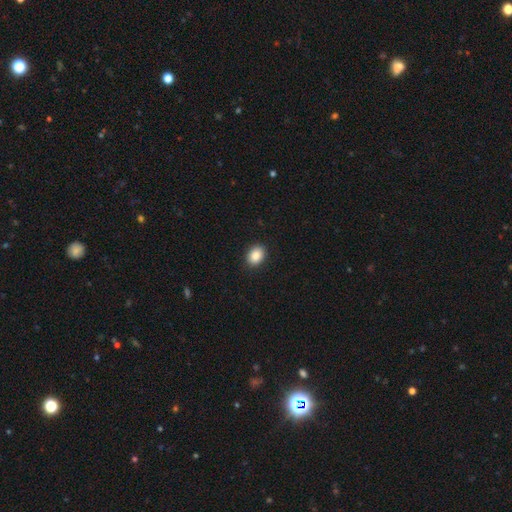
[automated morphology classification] This appears to be a smooth galaxy with no disk features (88%) that is in between round and cigar-shaped (63%). Merging: none (90%).